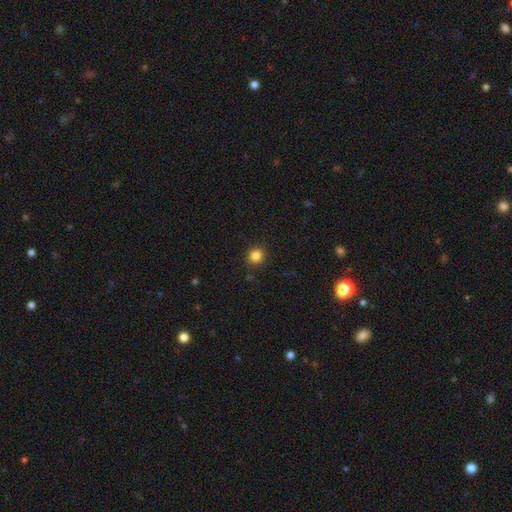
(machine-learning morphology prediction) This is clearly a smooth galaxy (83%). How rounded: clearly round (91%). Merging: clearly none (90%).